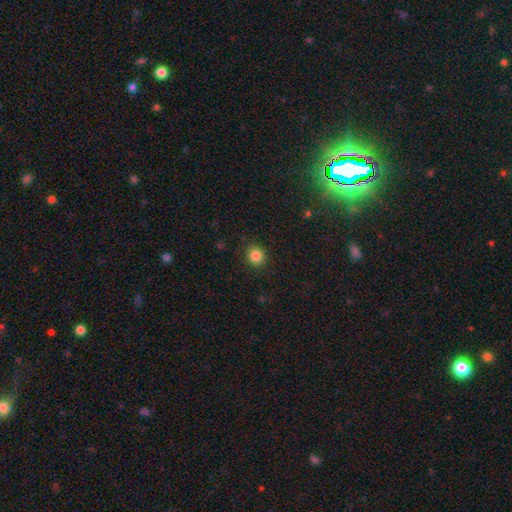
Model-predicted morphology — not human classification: Smooth or featured? smooth (85%)
How rounded? round (84%)
Merging? none (89%)